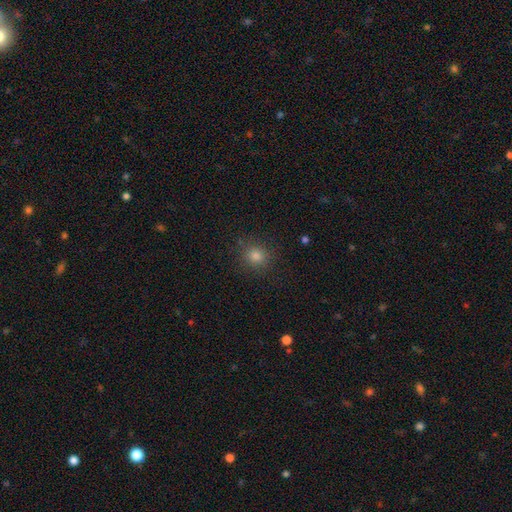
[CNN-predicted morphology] type=smooth (78%); roundness=round (87%); merging=none (88%).